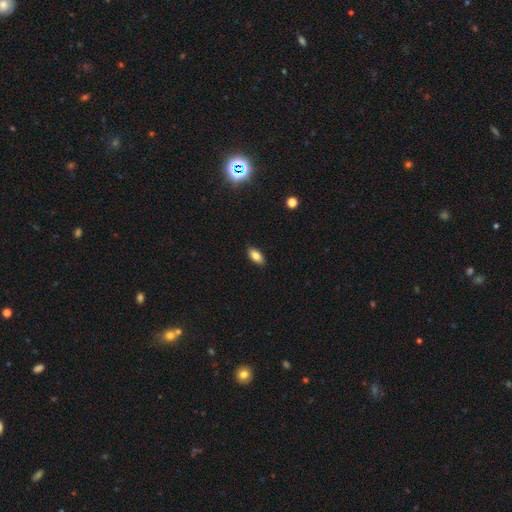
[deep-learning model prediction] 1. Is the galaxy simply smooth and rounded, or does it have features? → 81% smooth, 10% featured or disk, 8% star or artifact.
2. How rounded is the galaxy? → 88% in between, 8% cigar-shaped, 3% round.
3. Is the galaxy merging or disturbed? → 88% none, 9% minor disturbance, 2% major disturbance, 1% merger.